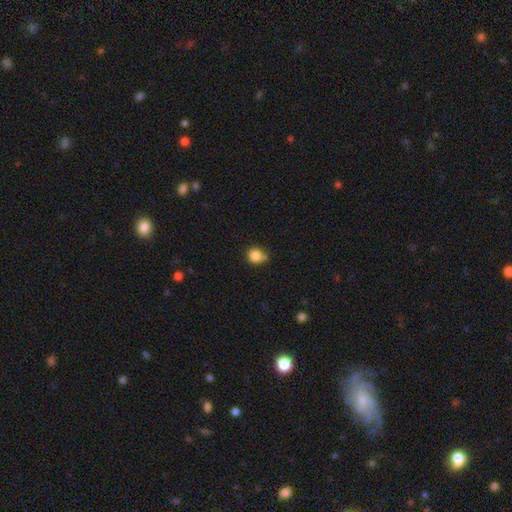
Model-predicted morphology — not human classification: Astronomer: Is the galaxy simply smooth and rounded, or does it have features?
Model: smooth — 84%.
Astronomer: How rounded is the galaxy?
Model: round — 82%.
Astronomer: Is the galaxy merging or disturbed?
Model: none — 68%.